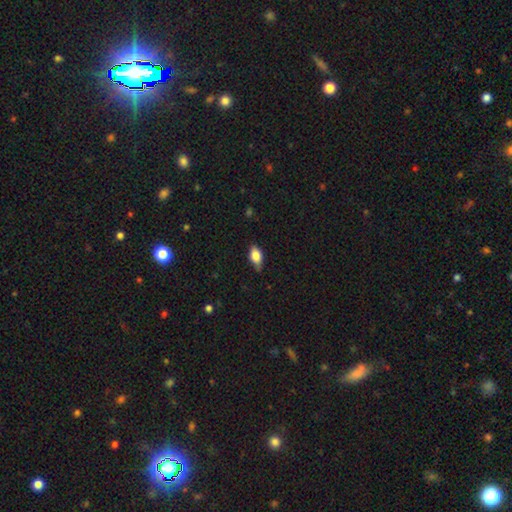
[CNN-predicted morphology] This appears to be a smooth galaxy with no disk features (82%) that is in between round and cigar-shaped (90%). Merging: none (71%).